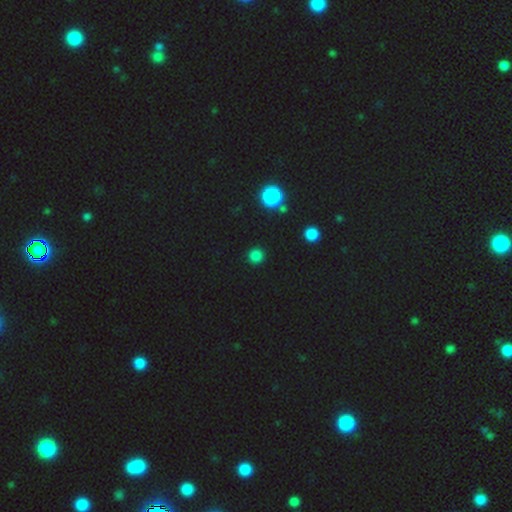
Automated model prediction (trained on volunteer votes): Overall: smooth (80%). How rounded: round (93%). Merging: none (91%).